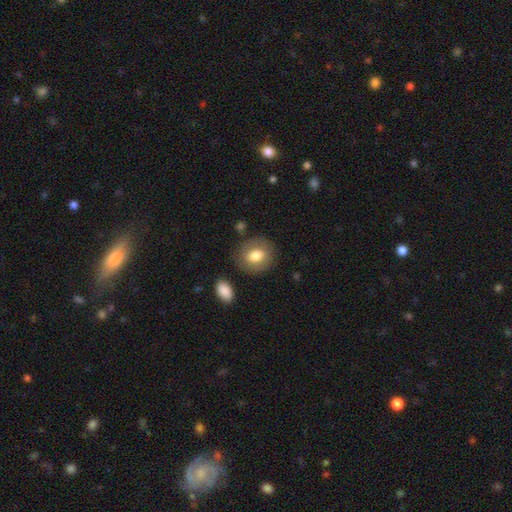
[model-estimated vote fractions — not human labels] Overall: smooth (75%). How rounded: round (69%; in between 30%). Merging: none (82%).